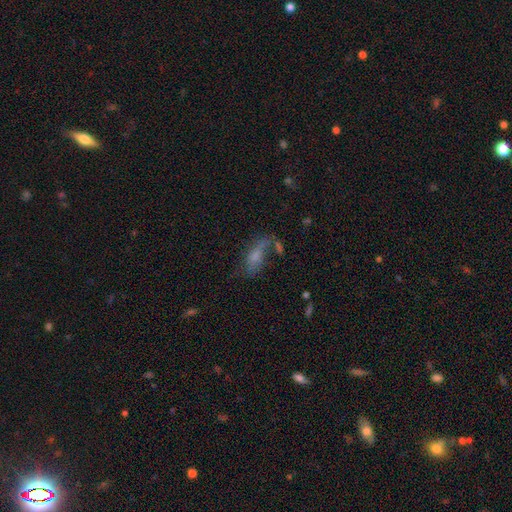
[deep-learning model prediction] This is possibly a smooth galaxy (49%). Merging: marginally none (39%).